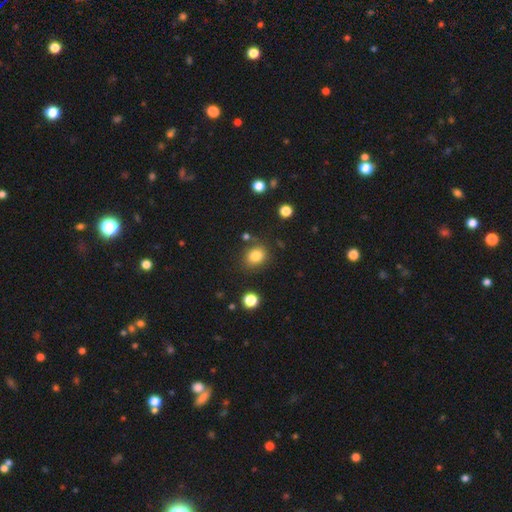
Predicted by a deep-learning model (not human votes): This is clearly a smooth galaxy (83%). How rounded: likely round (64%). Merging: likely none (79%).